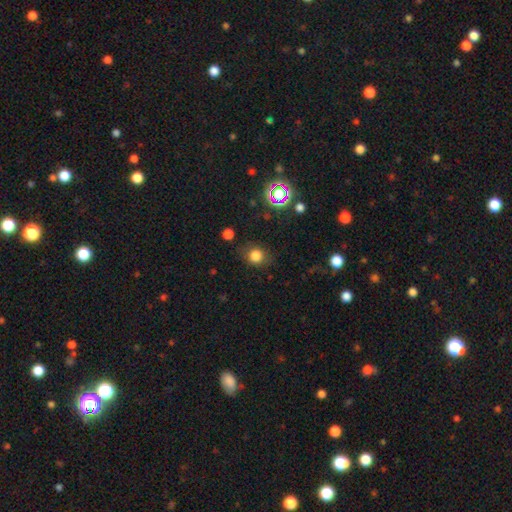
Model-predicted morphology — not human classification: smooth_or_featured: smooth (p=0.77) [alt: star or artifact p=0.17]
how_rounded: round (p=0.79) [alt: in between p=0.20]
merging: none (p=0.78) [alt: minor disturbance p=0.14]